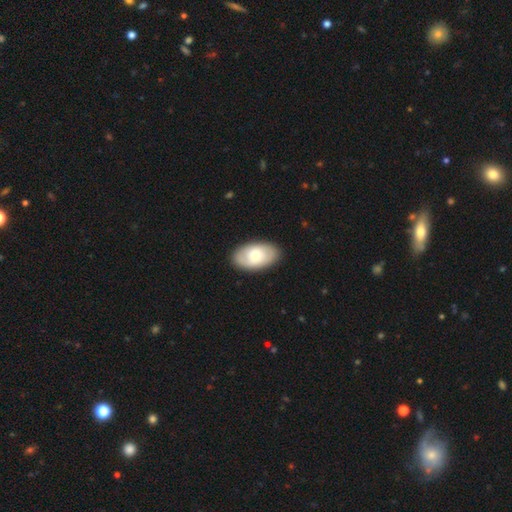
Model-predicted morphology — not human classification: Smooth or featured: smooth — 63% (featured or disk — 32%)
How rounded: in between — 93% (round — 6%)
Merging: none — 88% (minor disturbance — 9%)